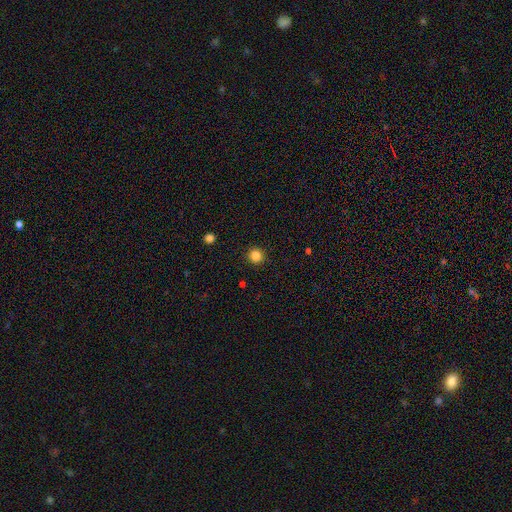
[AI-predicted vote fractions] Q: Smooth or featured?
A: smooth (84%); runner-up: star or artifact (12%)
Q: How rounded?
A: round (95%); runner-up: in between (4%)
Q: Merging?
A: none (92%); runner-up: minor disturbance (5%)